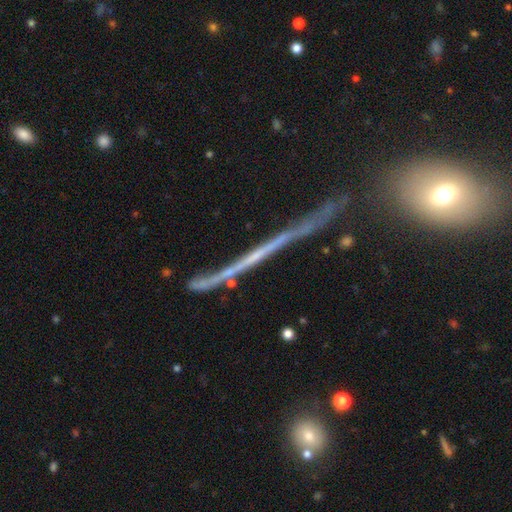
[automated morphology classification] Smooth or featured? Predicted: featured or disk (p=0.65). Edge-on disk? Predicted: yes (p=0.88). Edge-on bulge? Predicted: none (p=0.84). Merging? Predicted: none (p=0.58).